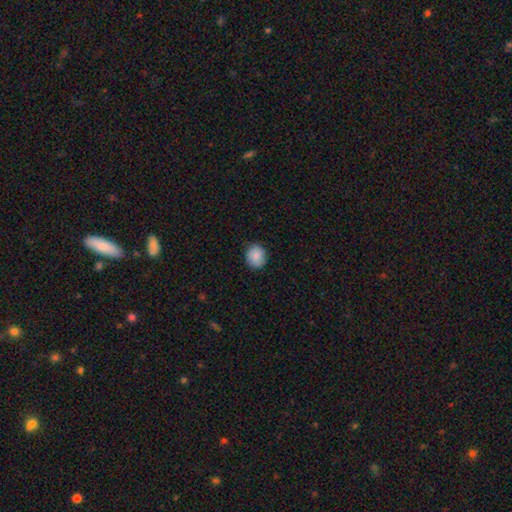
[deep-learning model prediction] smooth 89%, star or artifact 7%, featured or disk 4%. Down the decision tree: how rounded — round (72%); merging — none (87%).